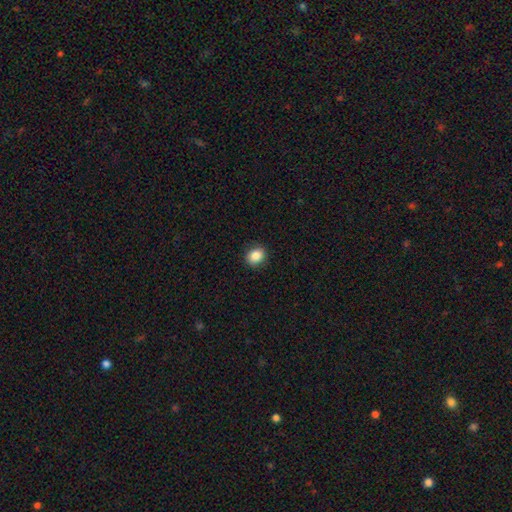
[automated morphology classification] This appears to be a smooth galaxy with no disk features (86%) that is round (65%). Merging: none (90%).